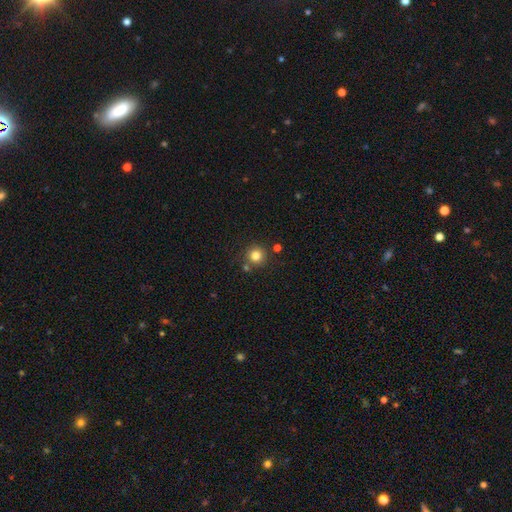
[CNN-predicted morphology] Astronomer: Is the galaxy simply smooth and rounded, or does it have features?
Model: smooth — 81%.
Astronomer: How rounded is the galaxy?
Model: round — 94%.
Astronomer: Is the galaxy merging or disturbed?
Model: none — 78%.